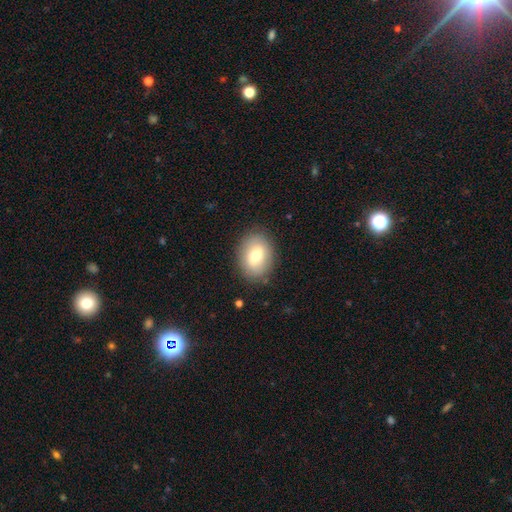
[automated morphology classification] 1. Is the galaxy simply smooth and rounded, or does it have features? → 71% smooth, 21% featured or disk, 8% star or artifact.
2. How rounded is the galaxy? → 65% in between, 34% round, 1% cigar-shaped.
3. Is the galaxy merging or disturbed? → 85% none, 11% minor disturbance, 3% major disturbance, 1% merger.